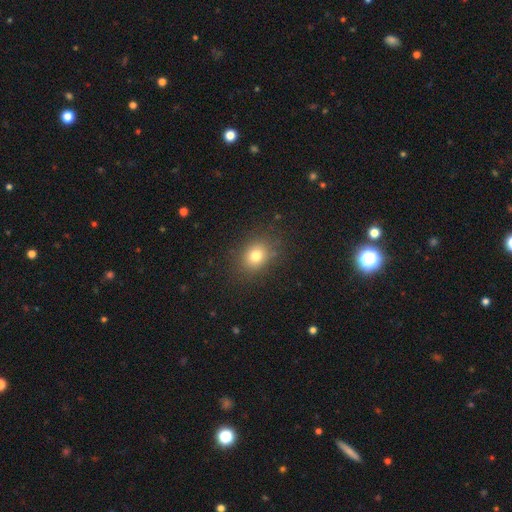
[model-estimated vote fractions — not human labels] A smooth galaxy with no disk features (78%) that is round (55%). Merging: none (84%).